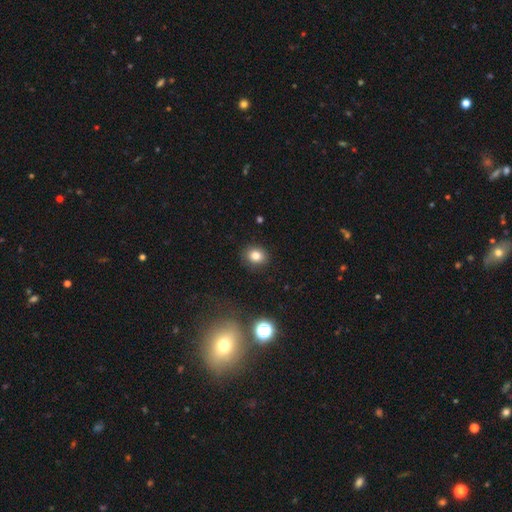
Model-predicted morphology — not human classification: type=smooth (82%); roundness=round (68%); merging=none (88%).